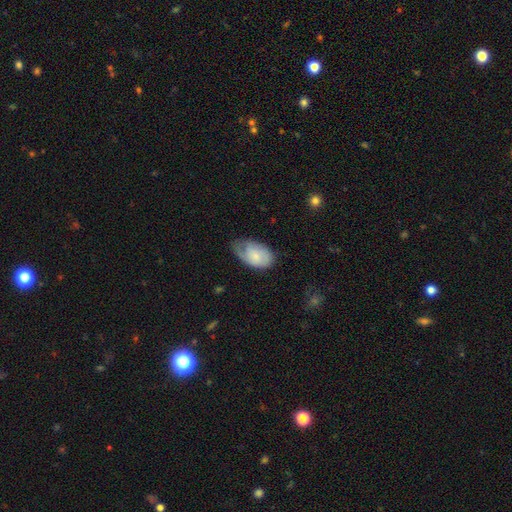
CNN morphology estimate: Smooth or featured? Predicted: smooth (p=0.62). How rounded? Predicted: in between (p=0.91). Merging? Predicted: none (p=0.40).